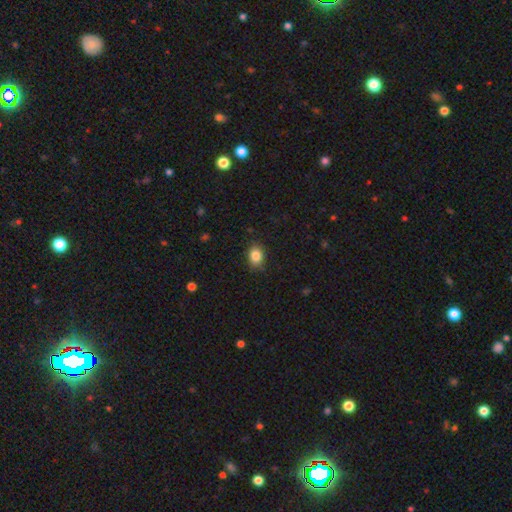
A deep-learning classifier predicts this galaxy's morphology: smooth_or_featured: smooth (p=0.85) [alt: star or artifact p=0.09]
how_rounded: in between (p=0.63) [alt: round p=0.36]
merging: none (p=0.83) [alt: minor disturbance p=0.13]